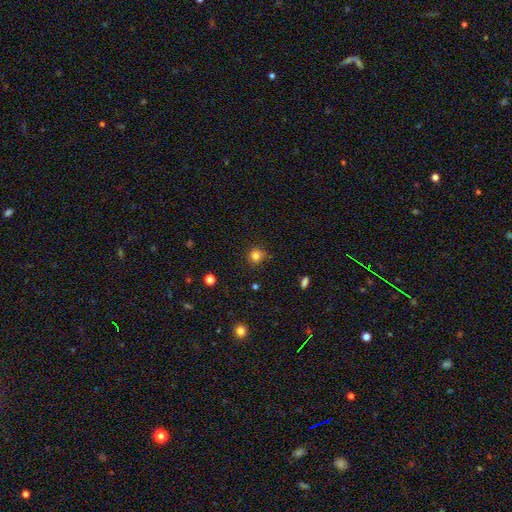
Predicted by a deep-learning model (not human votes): smooth 80%, star or artifact 14%, featured or disk 5%. Down the decision tree: how rounded — round (89%); merging — none (81%).